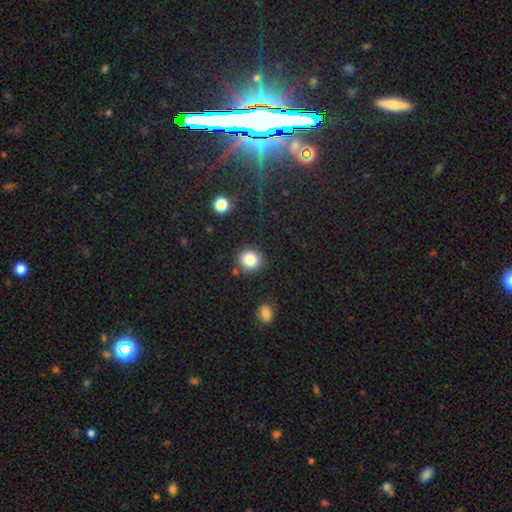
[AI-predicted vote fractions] smooth_or_featured: smooth (p=0.84) [alt: star or artifact p=0.10]
how_rounded: round (p=0.86) [alt: in between p=0.13]
merging: none (p=0.86) [alt: minor disturbance p=0.08]